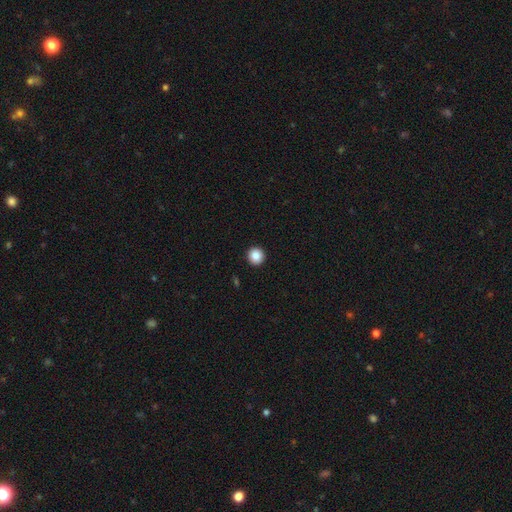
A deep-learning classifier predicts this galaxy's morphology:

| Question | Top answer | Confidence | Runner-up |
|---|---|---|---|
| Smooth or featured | smooth | 87% | star or artifact (9%) |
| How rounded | round | 95% | in between (4%) |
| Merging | none | 94% | minor disturbance (4%) |